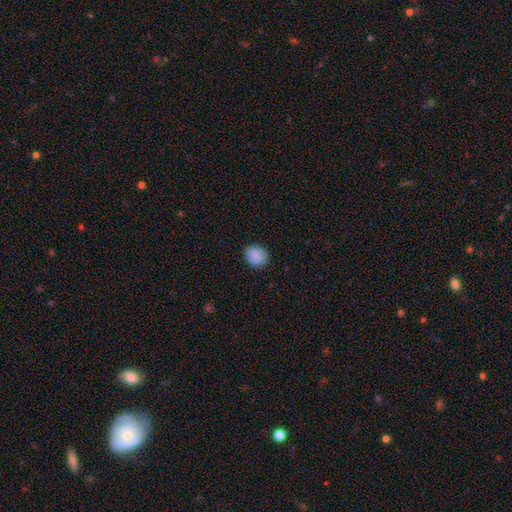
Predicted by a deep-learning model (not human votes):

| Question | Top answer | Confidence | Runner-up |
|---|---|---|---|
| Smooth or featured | smooth | 82% | featured or disk (10%) |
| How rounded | round | 62% | in between (37%) |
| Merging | none | 83% | minor disturbance (13%) |